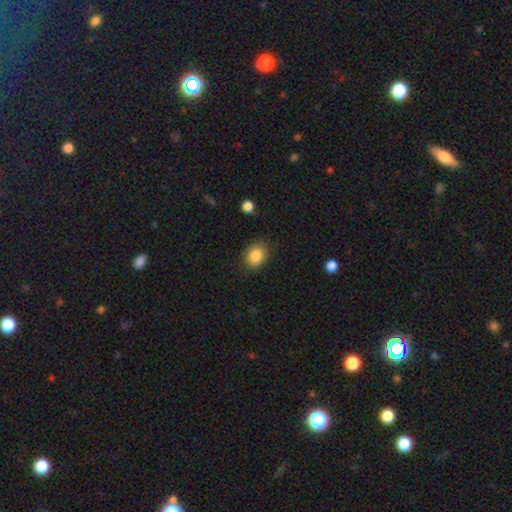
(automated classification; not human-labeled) The model was most divided on "how rounded": in between: 58%, round: 41%, cigar-shaped: 1%. More confident: smooth or featured — smooth (86%); merging — none (83%).